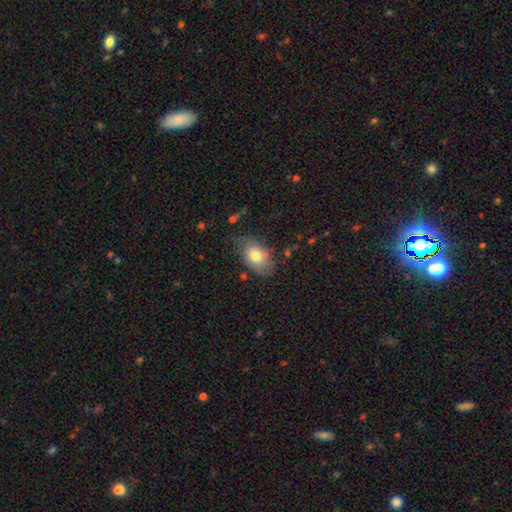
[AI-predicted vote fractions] Morphology: type=smooth (74%); roundness=in between (85%); merging=none (67%).